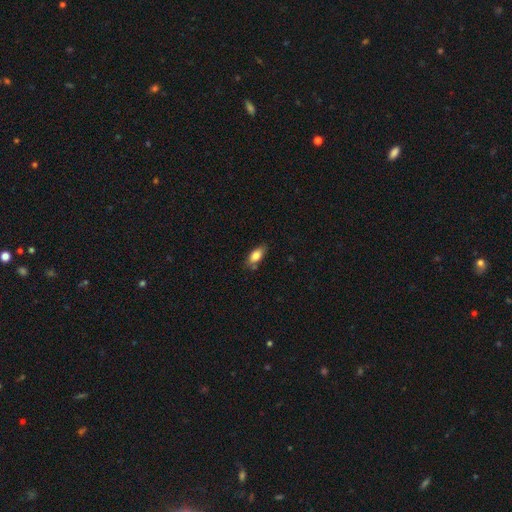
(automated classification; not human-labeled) The model was most divided on "merging": none: 72%, minor disturbance: 20%, major disturbance: 4%, merger: 4%. More confident: how rounded — in between (88%); smooth or featured — smooth (82%).